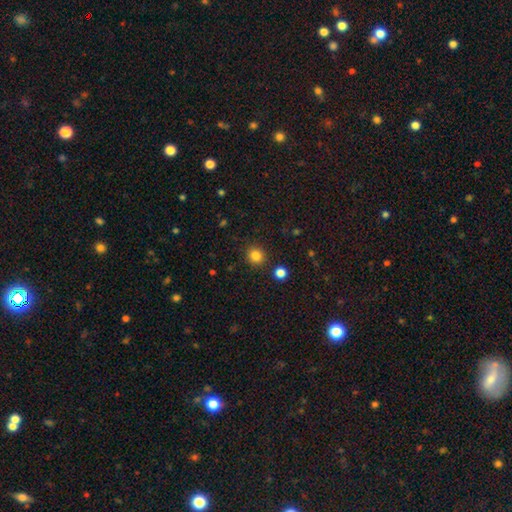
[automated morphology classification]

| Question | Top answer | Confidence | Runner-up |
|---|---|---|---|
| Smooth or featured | smooth | 83% | star or artifact (12%) |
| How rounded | round | 90% | in between (9%) |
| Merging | none | 89% | minor disturbance (6%) |